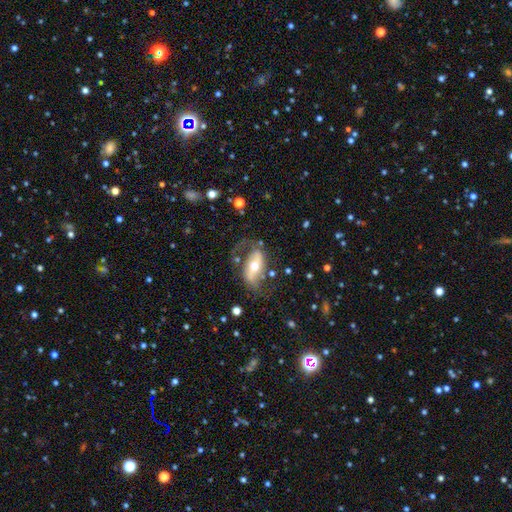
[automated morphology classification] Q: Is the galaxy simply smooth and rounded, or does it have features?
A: featured or disk — 71%.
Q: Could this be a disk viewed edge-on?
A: no — 90%.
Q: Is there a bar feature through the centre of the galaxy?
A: no — 37%.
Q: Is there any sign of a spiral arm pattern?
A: yes — 81%.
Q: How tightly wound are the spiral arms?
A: loose — 66%.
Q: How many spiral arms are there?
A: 2 — 84%.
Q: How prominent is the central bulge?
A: moderate — 66%.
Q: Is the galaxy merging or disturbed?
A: none — 56%.